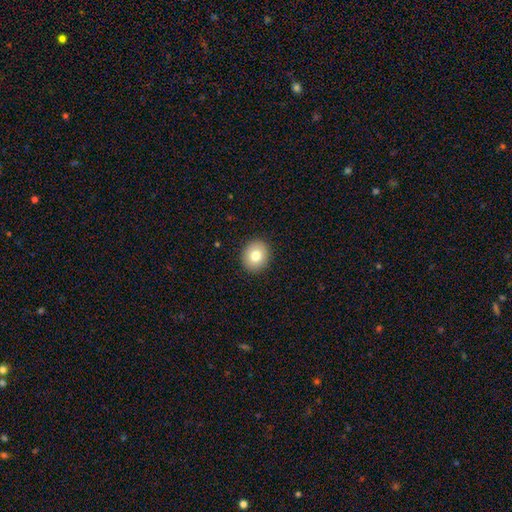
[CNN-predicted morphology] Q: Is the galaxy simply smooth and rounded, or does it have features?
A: smooth — 78%.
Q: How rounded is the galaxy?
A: round — 77%.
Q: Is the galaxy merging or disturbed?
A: none — 91%.